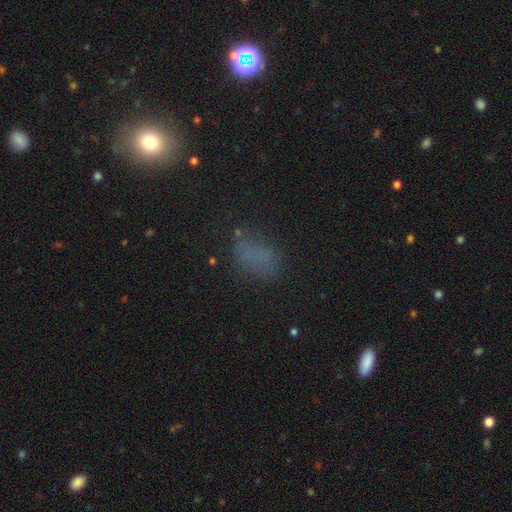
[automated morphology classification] This appears to be a smooth galaxy with no disk features (63%) that is in between round and cigar-shaped (79%). Merging: none (61%).